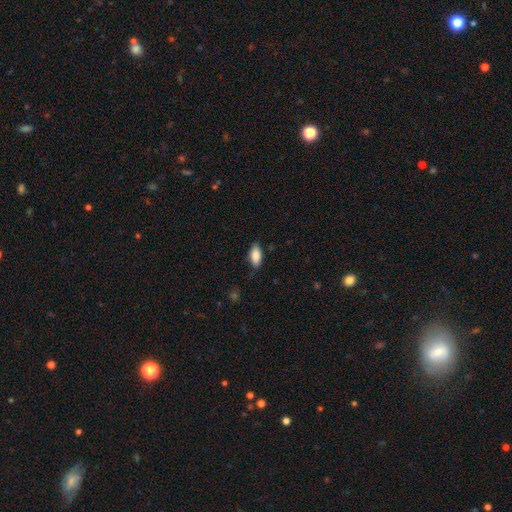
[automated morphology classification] This is clearly a smooth galaxy (86%). How rounded: clearly in between (88%). Merging: clearly none (81%).